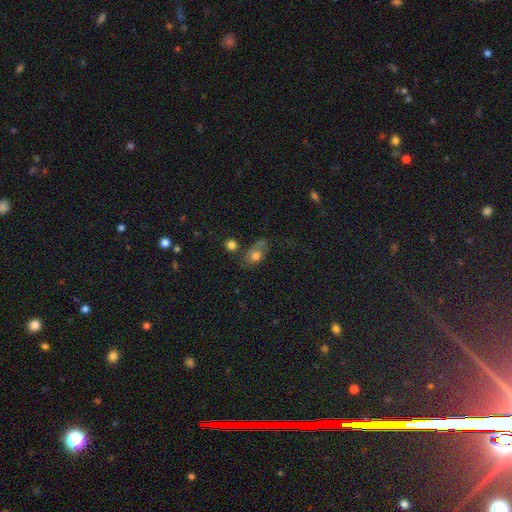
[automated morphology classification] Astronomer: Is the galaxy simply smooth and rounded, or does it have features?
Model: smooth — 67%.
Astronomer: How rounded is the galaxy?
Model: in between — 69%.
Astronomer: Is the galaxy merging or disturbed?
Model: none — 43% (runner-up: minor disturbance, 26%).